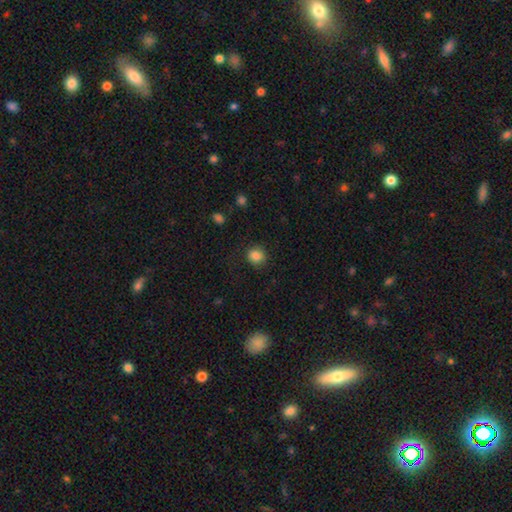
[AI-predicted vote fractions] This appears to be a smooth galaxy with no disk features (86%) that is round (87%). Merging: none (86%).